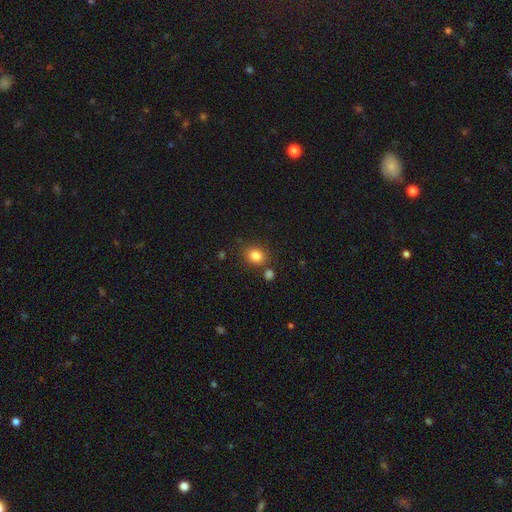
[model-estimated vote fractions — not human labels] smooth-or-featured: smooth: 83% | star or artifact: 11% | featured or disk: 6%
  how-rounded: round: 59% | in between: 40% | cigar-shaped: 1%
  merging: none: 75% | minor disturbance: 12% | merger: 9% | major disturbance: 4%